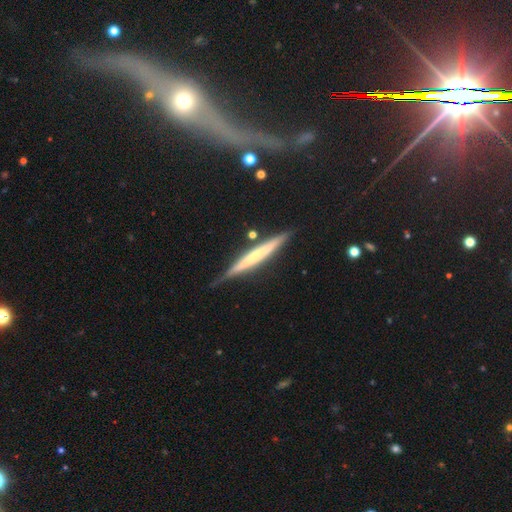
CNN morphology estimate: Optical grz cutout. It shows a featured or disk galaxy (61%) viewed edge-on (96%) with no central bulge (57%). Merging: none (77%).